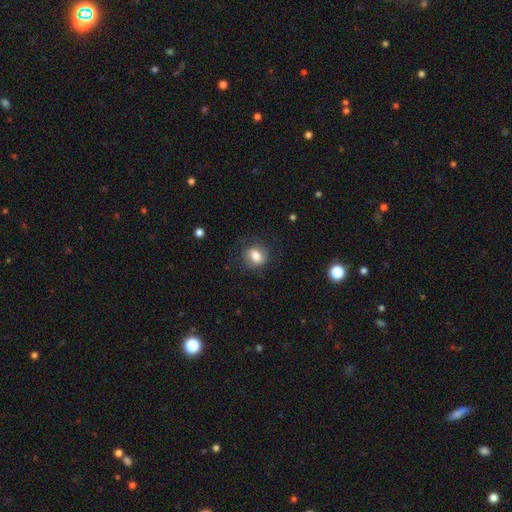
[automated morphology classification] The model was most divided on "how rounded": round: 62%, in between: 37%, cigar-shaped: 1%. More confident: smooth or featured — smooth (75%); merging — none (74%).